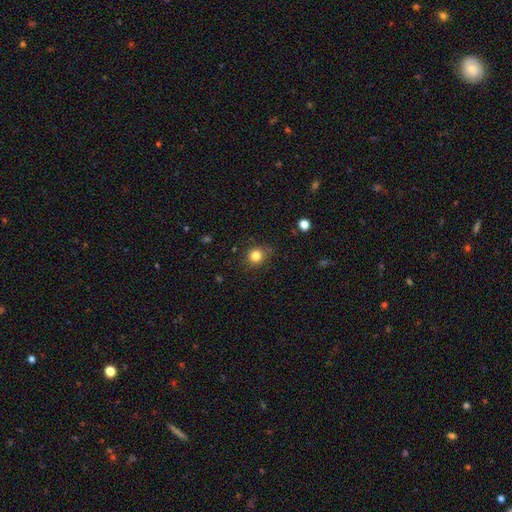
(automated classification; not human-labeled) This is clearly a smooth galaxy (82%). How rounded: clearly round (87%). Merging: clearly none (83%).